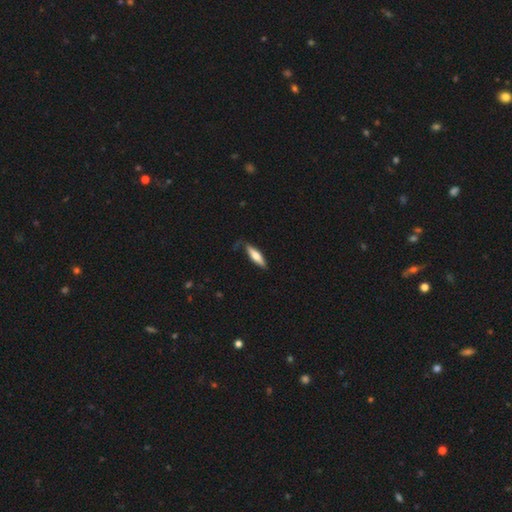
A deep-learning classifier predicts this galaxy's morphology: smooth-or-featured: smooth: 59% | featured or disk: 36% | star or artifact: 5%
  how-rounded: cigar-shaped: 73% | in between: 26% | round: 2%
  merging: none: 75% | minor disturbance: 20% | major disturbance: 4% | merger: 2%